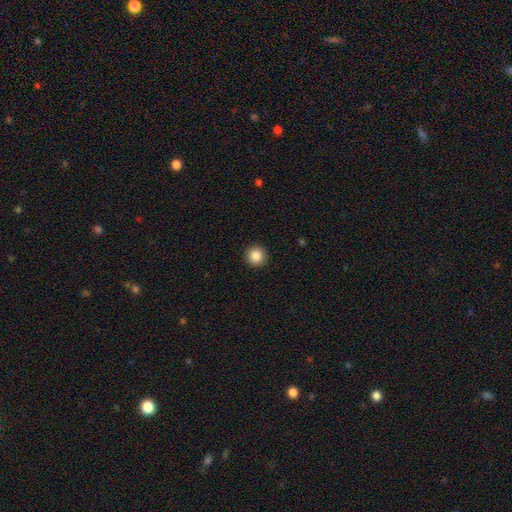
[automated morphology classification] This is clearly a smooth galaxy (87%). How rounded: clearly round (95%). Merging: clearly none (93%).